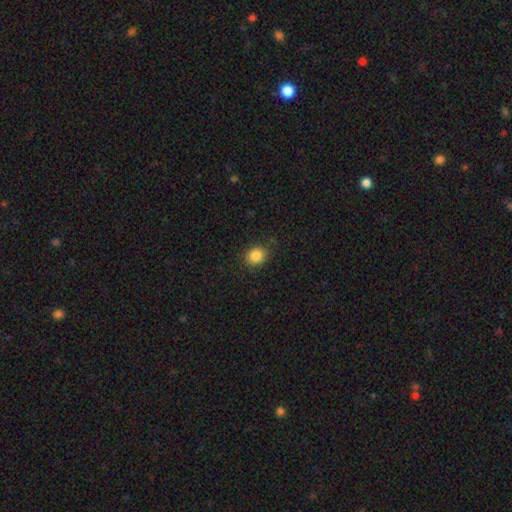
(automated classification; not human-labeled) The model was most divided on "how rounded": round: 67%, in between: 32%, cigar-shaped: 1%. More confident: smooth or featured — smooth (86%); merging — none (85%).